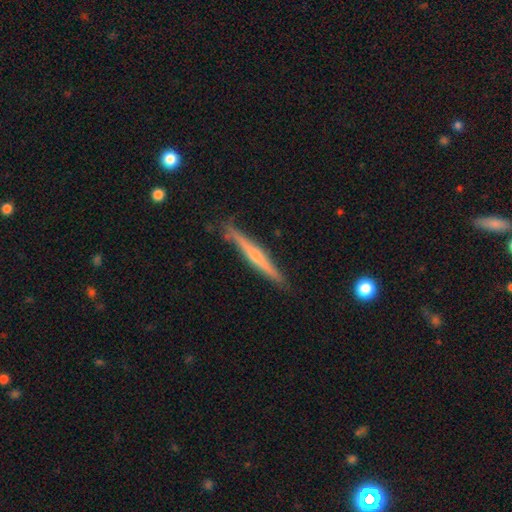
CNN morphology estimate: type=featured or disk (68%); edge-on=yes (97%); edge-on bulge=rounded (71%); merging=none (88%).